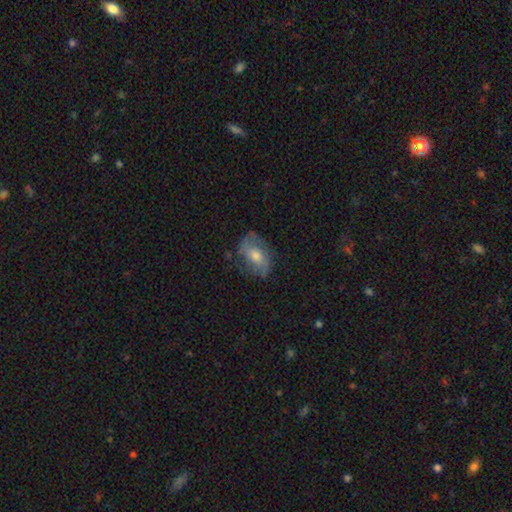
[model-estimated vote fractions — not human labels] Morphology: type=featured or disk (58%); edge-on=no (94%); bar=no (51%); spiral arms=yes (80%); bulge=moderate (62%); merging=none (66%).